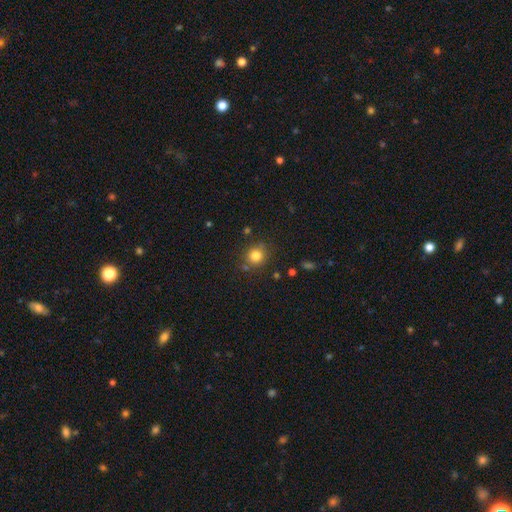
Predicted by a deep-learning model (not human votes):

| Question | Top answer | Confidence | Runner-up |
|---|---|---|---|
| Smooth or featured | smooth | 81% | star or artifact (12%) |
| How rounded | round | 84% | in between (15%) |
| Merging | none | 81% | minor disturbance (11%) |